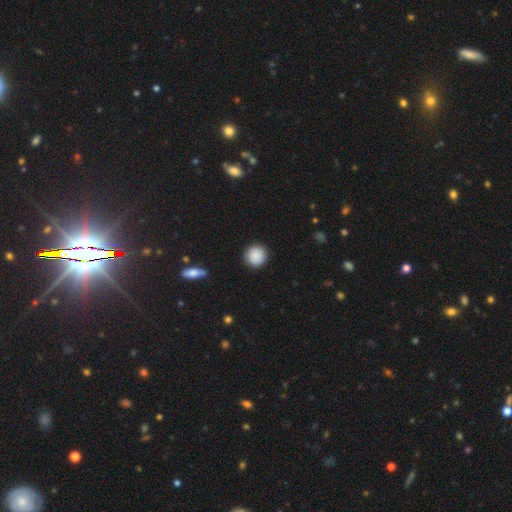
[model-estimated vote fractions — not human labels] Smooth or featured? smooth (89%)
How rounded? round (95%)
Merging? none (91%)